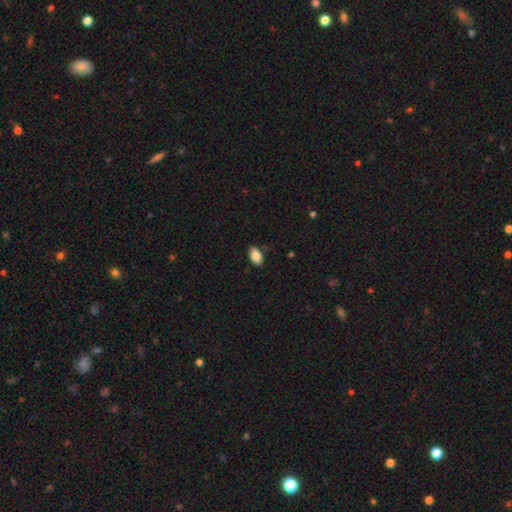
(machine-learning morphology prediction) Smooth or featured: smooth — 86% (star or artifact — 8%)
How rounded: in between — 93% (round — 4%)
Merging: none — 86% (minor disturbance — 11%)